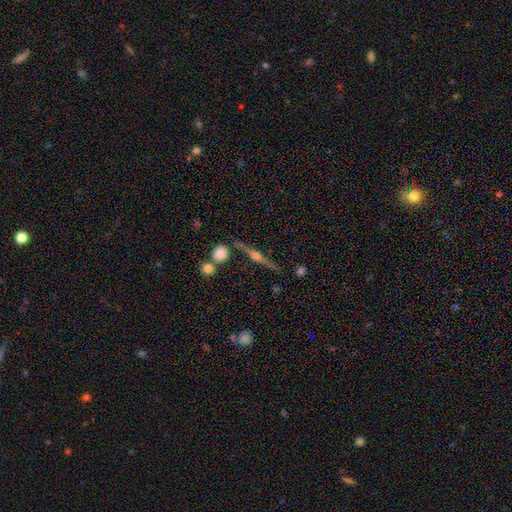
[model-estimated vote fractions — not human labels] Q: Smooth or featured?
A: featured or disk (83%); runner-up: smooth (9%)
Q: Edge-on disk?
A: yes (97%); runner-up: no (3%)
Q: Edge-on bulge?
A: rounded (92%); runner-up: boxy (5%)
Q: Merging?
A: none (84%); runner-up: minor disturbance (8%)